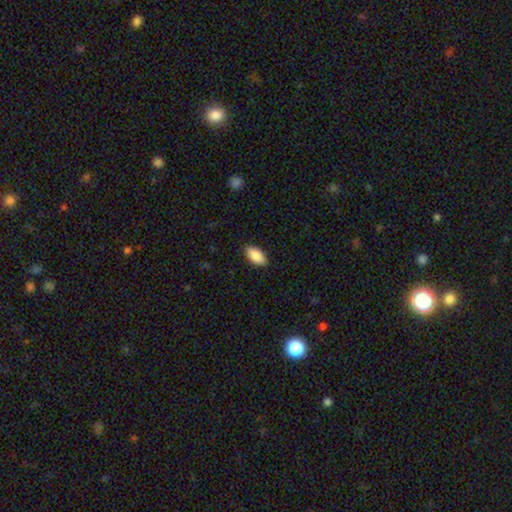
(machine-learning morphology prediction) This appears to be a smooth galaxy with no disk features (88%) that is in between round and cigar-shaped (93%). Merging: none (88%).